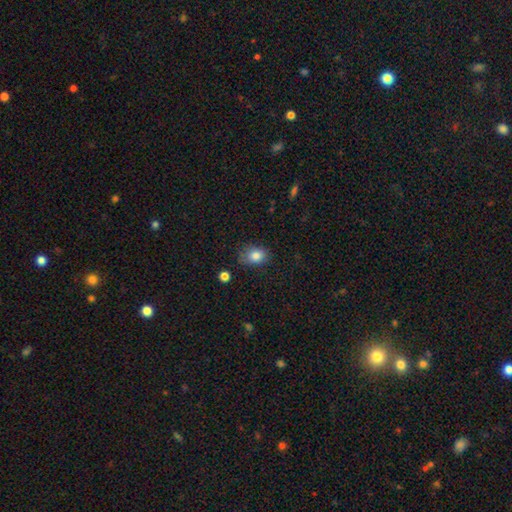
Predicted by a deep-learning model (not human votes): smooth_or_featured: smooth (p=0.83) [alt: star or artifact p=0.09]
how_rounded: in between (p=0.66) [alt: round p=0.33]
merging: none (p=0.69) [alt: minor disturbance p=0.24]